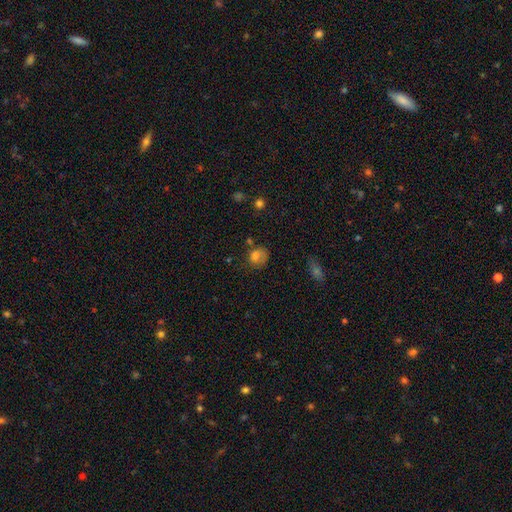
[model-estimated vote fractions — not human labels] Overall: smooth (74%). How rounded: round (63%; in between 36%). Merging: none (47%; minor disturbance 27%).